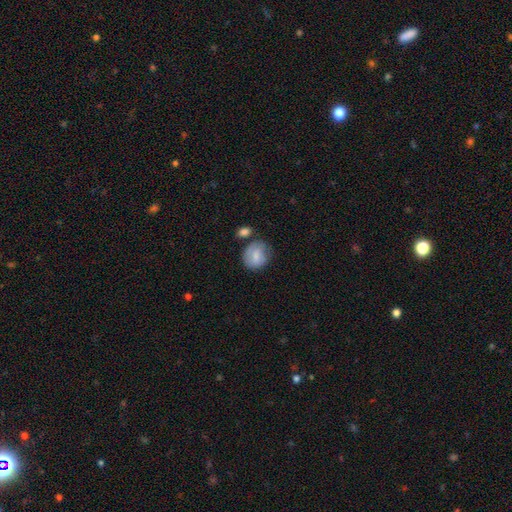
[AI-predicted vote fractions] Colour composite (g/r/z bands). It shows a smooth galaxy with no disk features (72%) that is round (68%). Merging: none (55%).